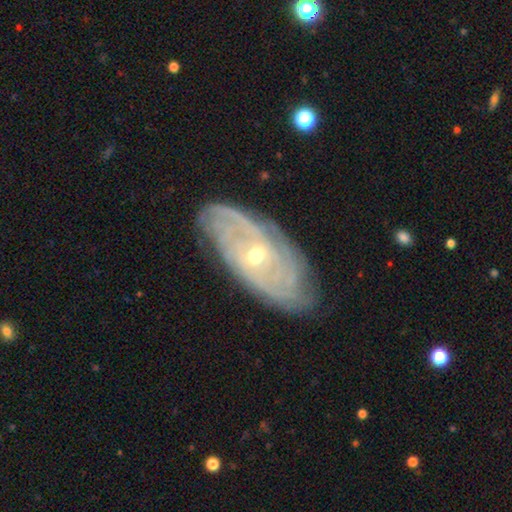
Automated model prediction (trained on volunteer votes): smooth_or_featured: featured or disk (p=0.86) [alt: smooth p=0.09]
disk_edge_on: no (p=0.91) [alt: yes p=0.09]
bar: no (p=0.55) [alt: weak p=0.34]
has_spiral_arms: yes (p=0.95) [alt: no p=0.05]
spiral_winding: tight (p=0.79) [alt: medium p=0.17]
spiral_arm_count: can't tell (p=0.39) [alt: 4 p=0.16]
bulge_size: small (p=0.54) [alt: moderate p=0.44]
merging: none (p=0.79) [alt: minor disturbance p=0.16]